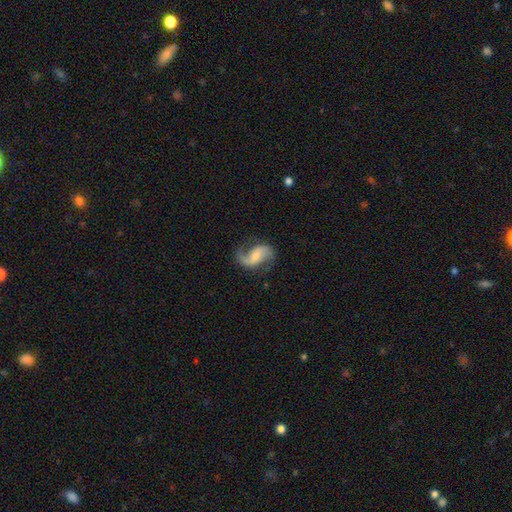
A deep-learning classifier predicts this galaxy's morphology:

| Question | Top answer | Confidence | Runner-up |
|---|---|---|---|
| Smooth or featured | featured or disk | 83% | smooth (12%) |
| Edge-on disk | no | 98% | yes (2%) |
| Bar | weak | 44% | no (35%) |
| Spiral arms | yes | 96% | no (4%) |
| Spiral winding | loose | 65% | medium (29%) |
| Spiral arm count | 2 | 82% | 1 (13%) |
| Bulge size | small | 45% | moderate (36%) |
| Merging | none | 67% | minor disturbance (18%) |